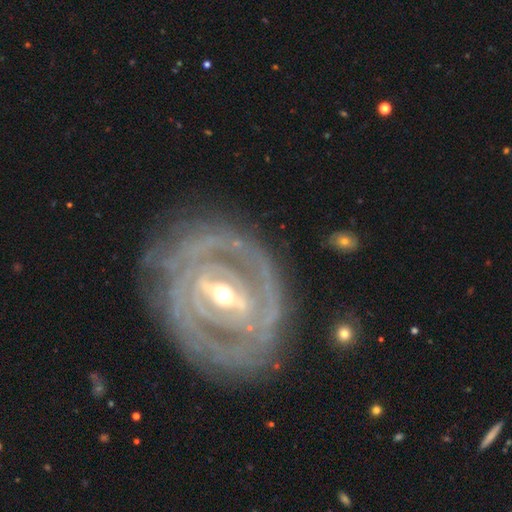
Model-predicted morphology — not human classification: A featured or disk galaxy (87%) with a strong bar (56%), tight (77%) spiral arms (80%) and a moderate central bulge (55%).

Vote fractions:
- Smooth or featured? featured or disk: 87% / smooth: 7% / star or artifact: 5%
- Edge-on disk? no: 94% / yes: 6%
- Bar? strong: 56% / weak: 31% / no: 13%
- Spiral arms? yes: 80% / no: 20%
- Spiral winding? tight: 77% / medium: 18% / loose: 5%
- Spiral arm count? can't tell: 41% / 2: 26% / 3: 13% / 4: 8% / 1: 6% / more than 4: 6%
- Bulge size? moderate: 55% / small: 39% / large: 4% / dominant: 1% / none: 1%
- Merging? none: 76% / minor disturbance: 15% / major disturbance: 8% / merger: 2%